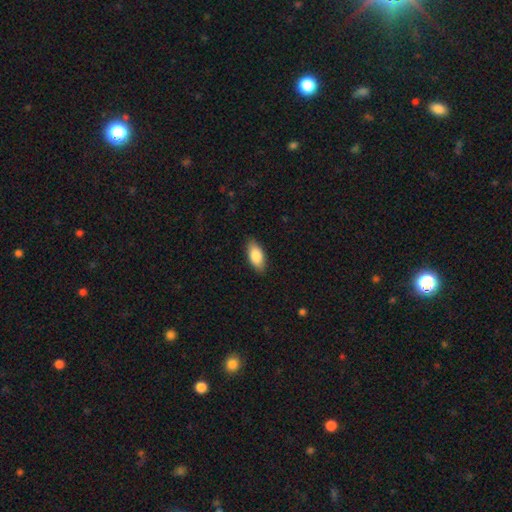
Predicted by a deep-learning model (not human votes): Smooth or featured? Predicted: smooth (p=0.83). How rounded? Predicted: in between (p=0.89). Merging? Predicted: none (p=0.88).